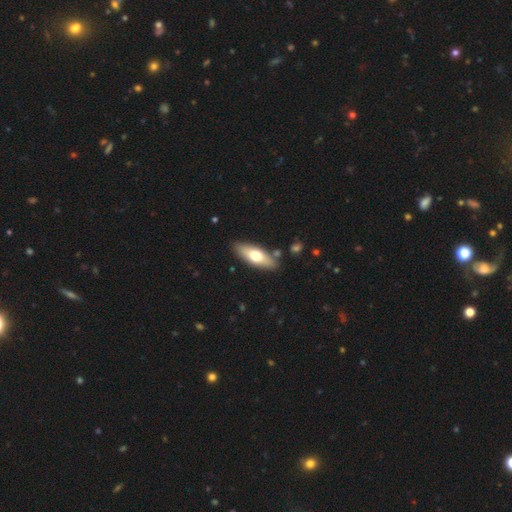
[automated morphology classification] Q: Smooth or featured?
A: smooth (62%); runner-up: featured or disk (33%)
Q: How rounded?
A: in between (64%); runner-up: cigar-shaped (34%)
Q: Merging?
A: none (84%); runner-up: minor disturbance (10%)